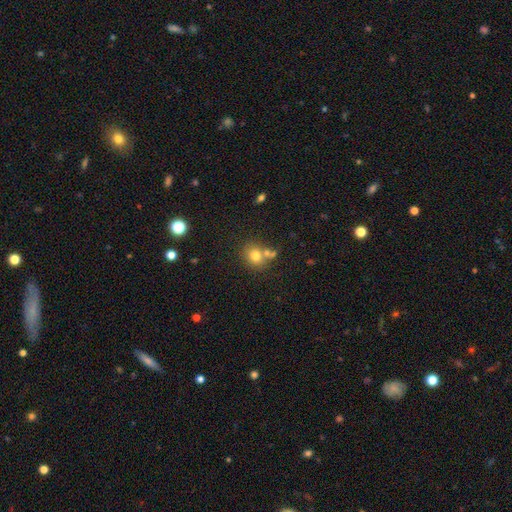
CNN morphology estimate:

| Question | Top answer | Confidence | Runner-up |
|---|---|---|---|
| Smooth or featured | smooth | 75% | star or artifact (13%) |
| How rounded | round | 76% | in between (23%) |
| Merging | none | 57% | merger (28%) |